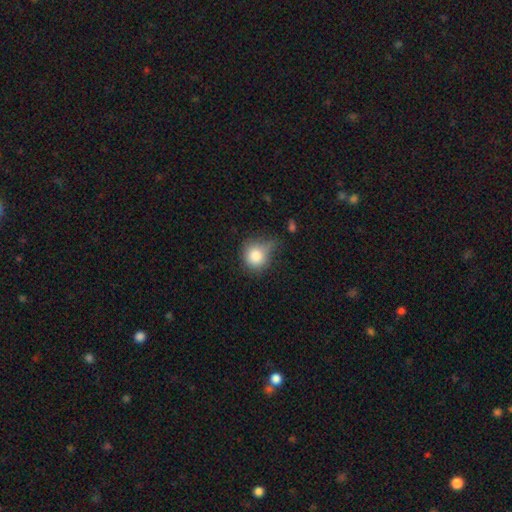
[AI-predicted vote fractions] Smooth or featured: smooth — 82% (star or artifact — 10%)
How rounded: round — 81% (in between — 18%)
Merging: none — 40% (minor disturbance — 37%)